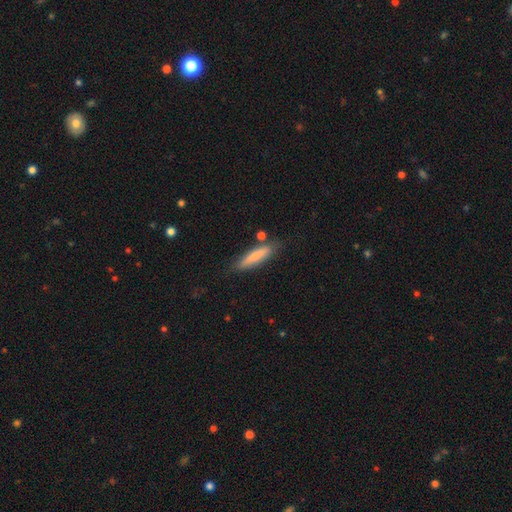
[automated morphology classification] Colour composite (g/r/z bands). It shows a smooth galaxy with no disk features (76%) that is cigar-shaped (83%). Merging: none (78%).